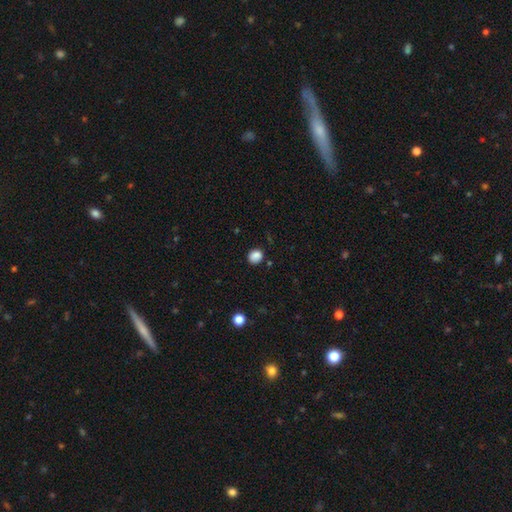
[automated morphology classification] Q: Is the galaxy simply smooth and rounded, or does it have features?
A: smooth — 86%.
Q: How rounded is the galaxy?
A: round — 67%.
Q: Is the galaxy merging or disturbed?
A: none — 83%.